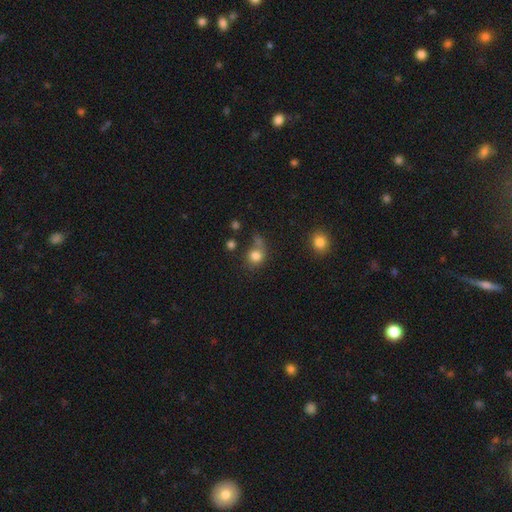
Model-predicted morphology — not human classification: Smooth or featured? Predicted: smooth (p=0.79). How rounded? Predicted: round (p=0.76). Merging? Predicted: none (p=0.47).